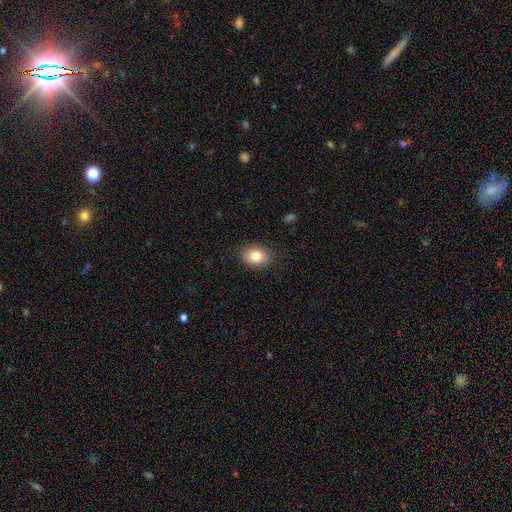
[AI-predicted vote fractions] Smooth or featured: smooth — 82% (star or artifact — 9%)
How rounded: in between — 55% (round — 44%)
Merging: none — 87% (minor disturbance — 9%)